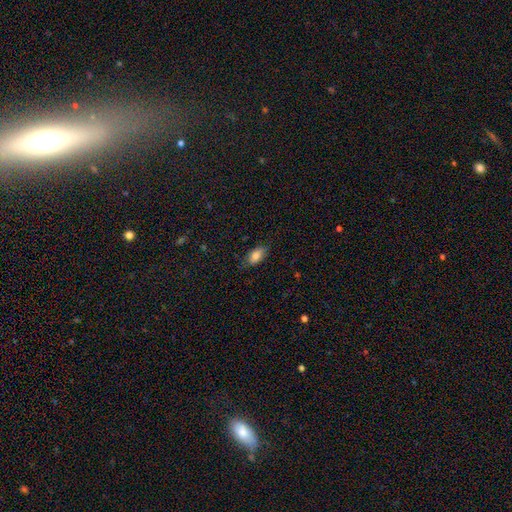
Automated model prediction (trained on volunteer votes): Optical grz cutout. It shows a smooth galaxy with no disk features (81%) that is in between round and cigar-shaped (90%). Merging: none (78%).